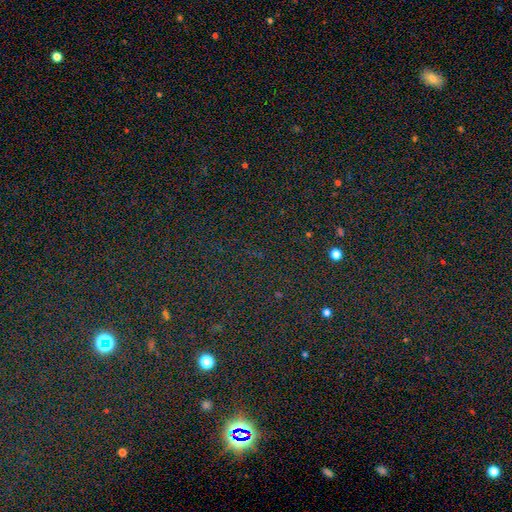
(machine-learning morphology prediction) A star or artifact, not a galaxy (81%).

Vote fractions:
- Smooth or featured? star or artifact: 81% / smooth: 12% / featured or disk: 7%